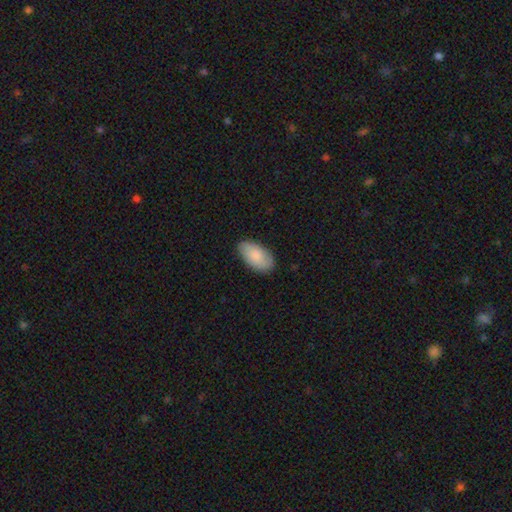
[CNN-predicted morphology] A smooth galaxy with no disk features (83%) that is in between round and cigar-shaped (95%).

Vote fractions:
- Smooth or featured? smooth: 83% / featured or disk: 12% / star or artifact: 6%
- How rounded? in between: 95% / round: 3% / cigar-shaped: 2%
- Merging? none: 81% / minor disturbance: 15% / major disturbance: 2% / merger: 1%